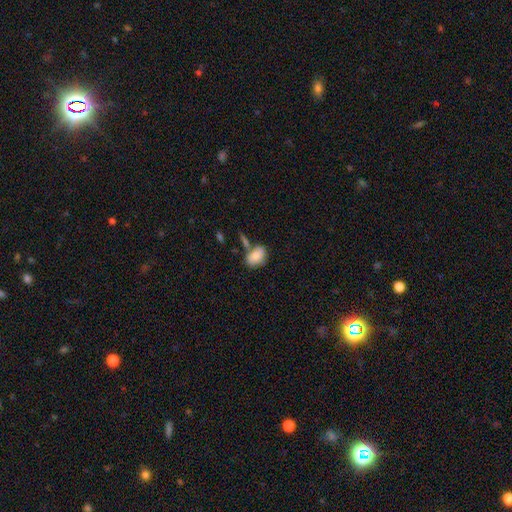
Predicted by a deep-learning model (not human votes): A smooth galaxy with no disk features (81%) that is in between round and cigar-shaped (86%). Merging: none (52%).